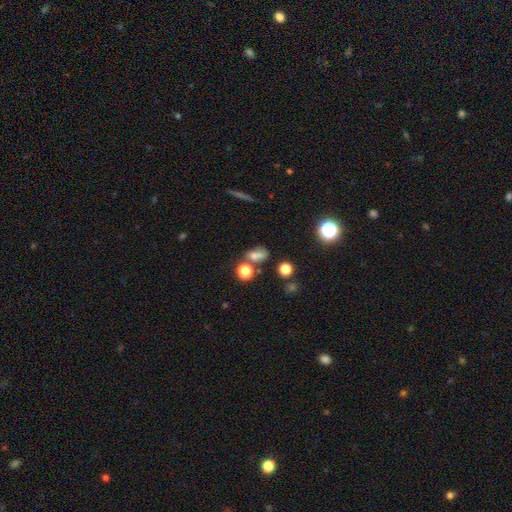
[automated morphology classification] This is likely a smooth galaxy (67%). How rounded: possibly in between (60%). Merging: possibly none (51%).